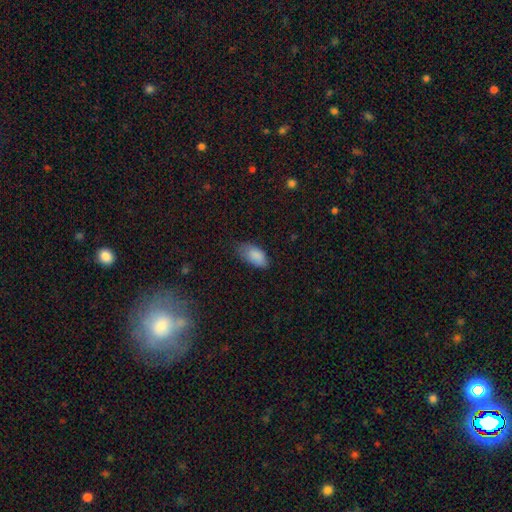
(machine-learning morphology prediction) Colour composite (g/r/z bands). It shows a smooth galaxy with no disk features (87%) that is in between round and cigar-shaped (93%). Merging: none (58%).